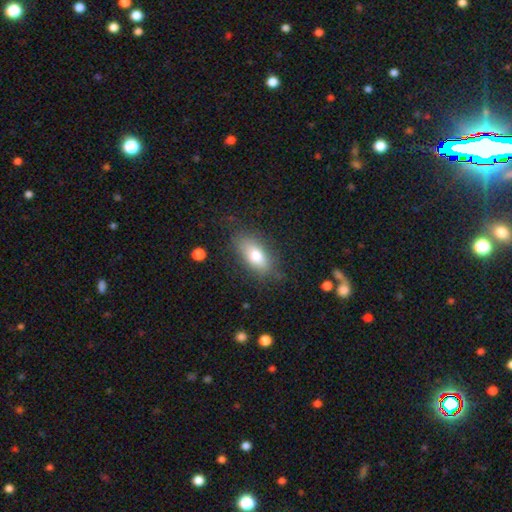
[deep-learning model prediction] Smooth or featured? Predicted: smooth (p=0.75). How rounded? Predicted: in between (p=0.84). Merging? Predicted: none (p=0.75).